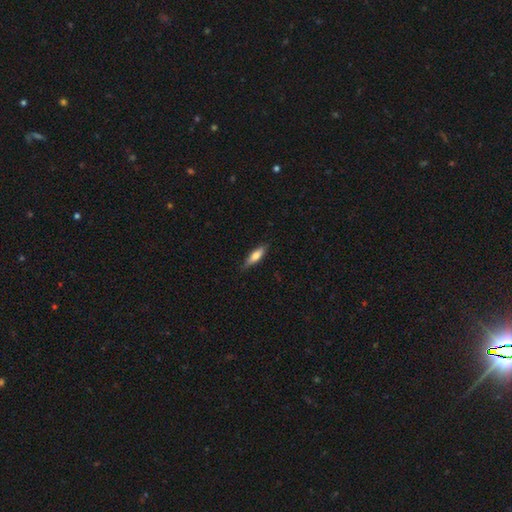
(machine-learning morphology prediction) Q: Smooth or featured?
A: smooth (64%); runner-up: featured or disk (30%)
Q: How rounded?
A: cigar-shaped (59%); runner-up: in between (38%)
Q: Merging?
A: none (81%); runner-up: minor disturbance (16%)